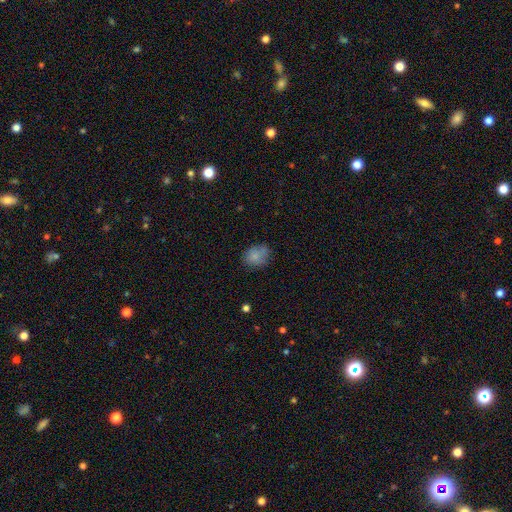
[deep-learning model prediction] smooth-or-featured: smooth: 78% | featured or disk: 11% | star or artifact: 11%
  how-rounded: in between: 54% | round: 45% | cigar-shaped: 1%
  merging: none: 62% | minor disturbance: 25% | major disturbance: 9% | merger: 4%